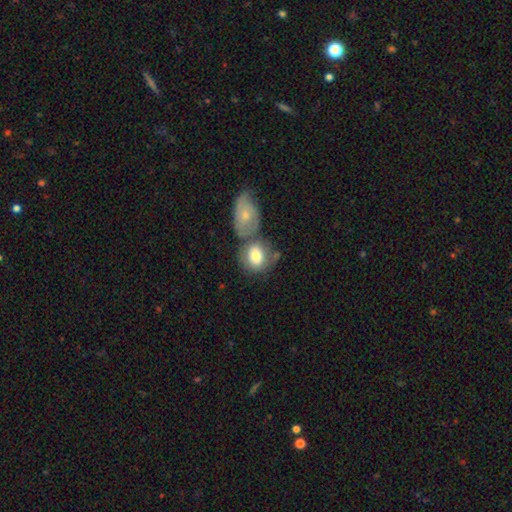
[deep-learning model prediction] This appears to be a smooth galaxy with no disk features (70%) that is round (60%). Merging: merger (41%).